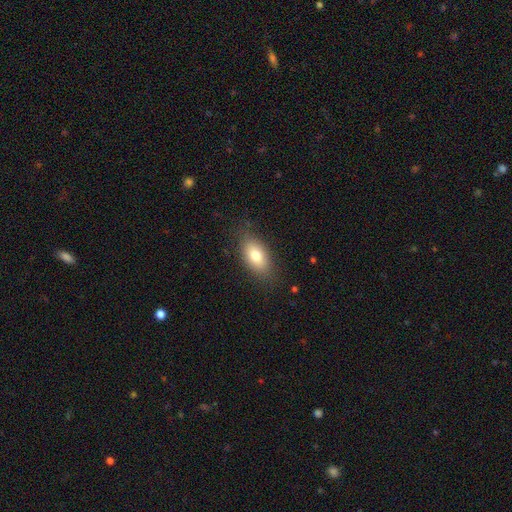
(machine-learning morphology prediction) A smooth galaxy with no disk features (76%) that is in between round and cigar-shaped (88%). Merging: none (81%).